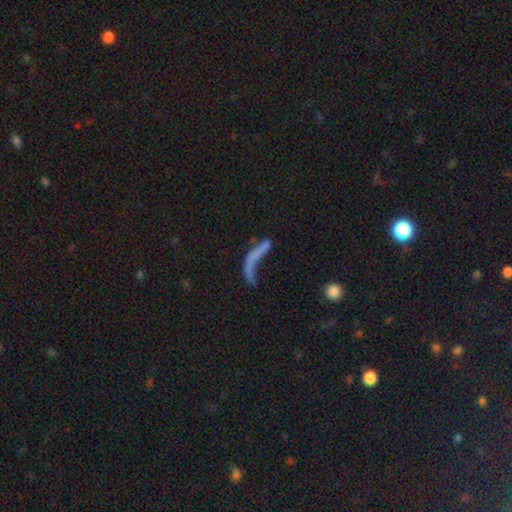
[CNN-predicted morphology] type=featured or disk (46%); merging=major disturbance (42%).